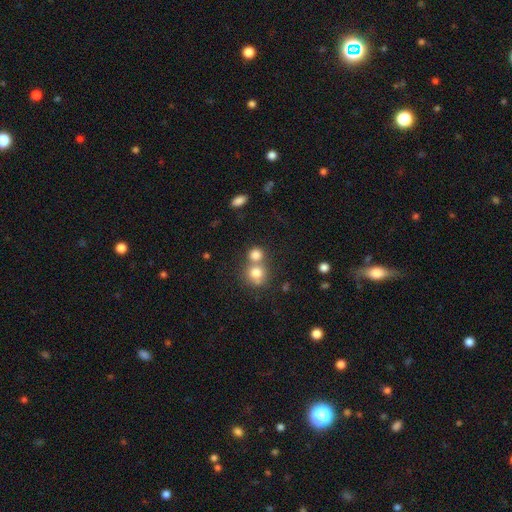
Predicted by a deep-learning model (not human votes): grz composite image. It shows a smooth galaxy with no disk features (79%) that is round (80%). Merging: none (44%, tied with merger).